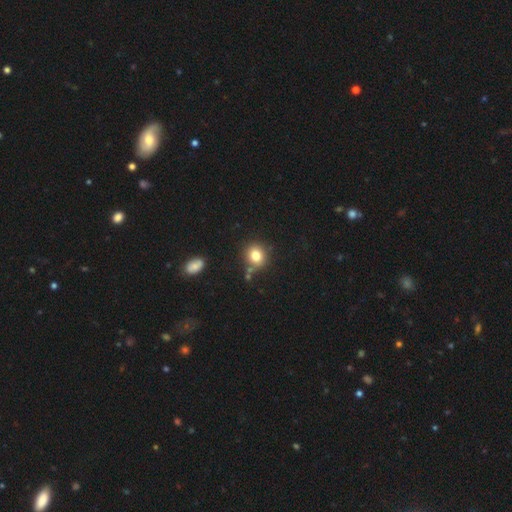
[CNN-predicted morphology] type=smooth (81%); roundness=round (79%); merging=none (77%).